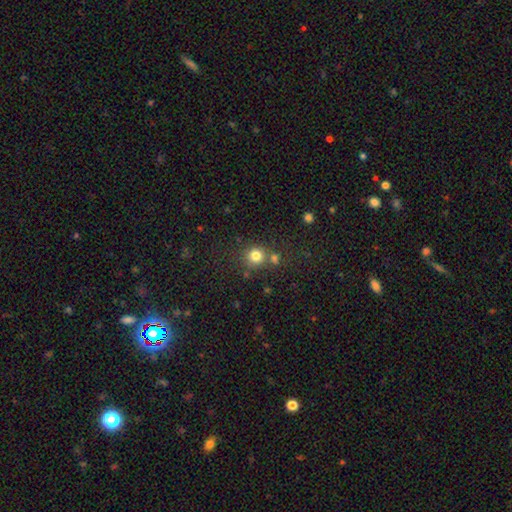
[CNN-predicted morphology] Overall: smooth (80%). How rounded: round (90%). Merging: none (71%).